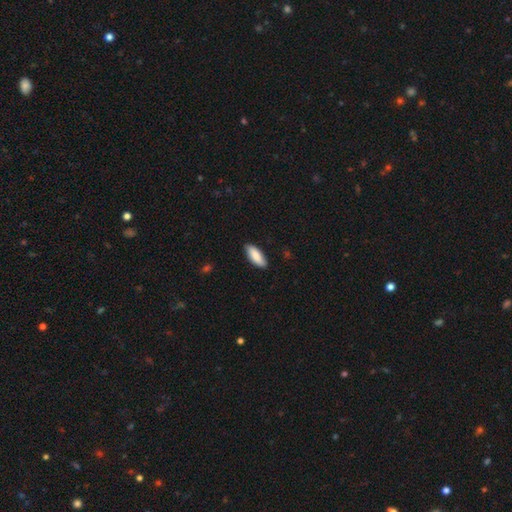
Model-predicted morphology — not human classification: Q: Smooth or featured?
A: smooth (86%); runner-up: featured or disk (8%)
Q: How rounded?
A: in between (75%); runner-up: cigar-shaped (24%)
Q: Merging?
A: none (87%); runner-up: minor disturbance (10%)